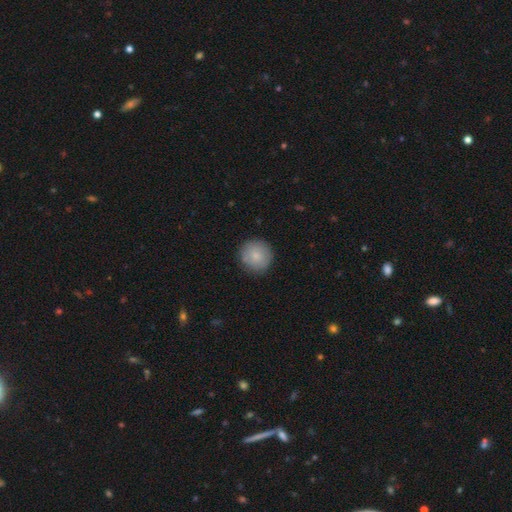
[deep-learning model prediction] Q: Smooth or featured?
A: smooth (82%); runner-up: featured or disk (11%)
Q: How rounded?
A: round (92%); runner-up: in between (7%)
Q: Merging?
A: none (86%); runner-up: minor disturbance (10%)